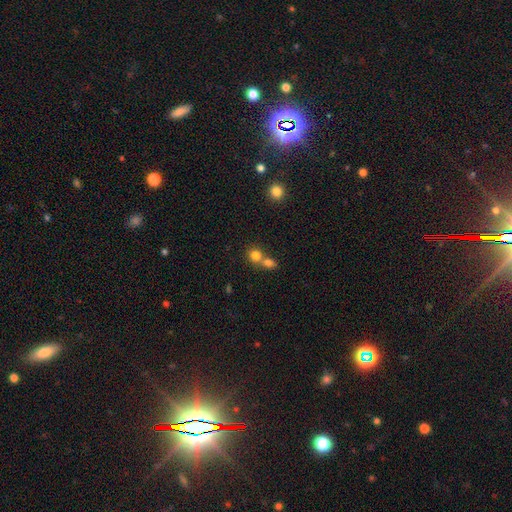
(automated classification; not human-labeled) Smooth or featured?
  - smooth: 80% *
  - star or artifact: 11%
  - featured or disk: 9%
How rounded?
  - round: 81% *
  - in between: 18%
  - cigar-shaped: 1%
Merging?
  - merger: 55% *
  - none: 37%
  - minor disturbance: 6%
  - major disturbance: 2%